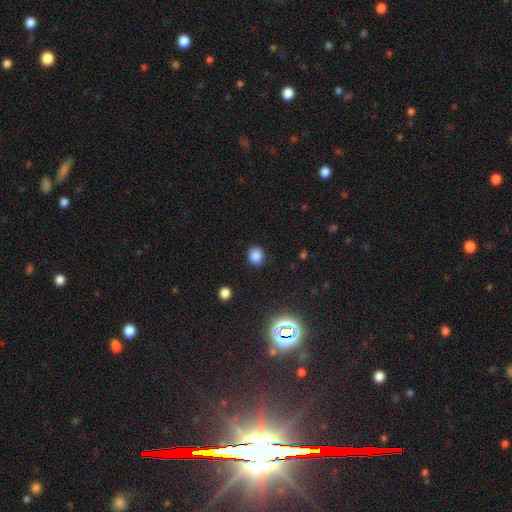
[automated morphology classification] Smooth or featured?
  - smooth: 84% *
  - star or artifact: 13%
  - featured or disk: 4%
How rounded?
  - round: 70% *
  - in between: 29%
  - cigar-shaped: 1%
Merging?
  - none: 87% *
  - minor disturbance: 9%
  - major disturbance: 3%
  - merger: 1%